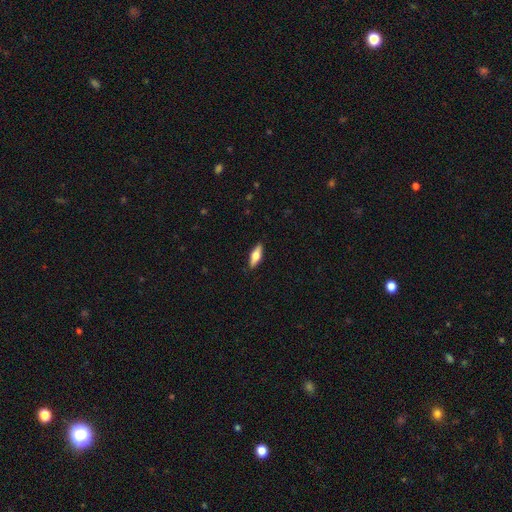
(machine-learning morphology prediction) smooth_or_featured: smooth (p=0.59) [alt: featured or disk p=0.35]
how_rounded: in between (p=0.58) [alt: cigar-shaped p=0.40]
merging: none (p=0.89) [alt: minor disturbance p=0.08]